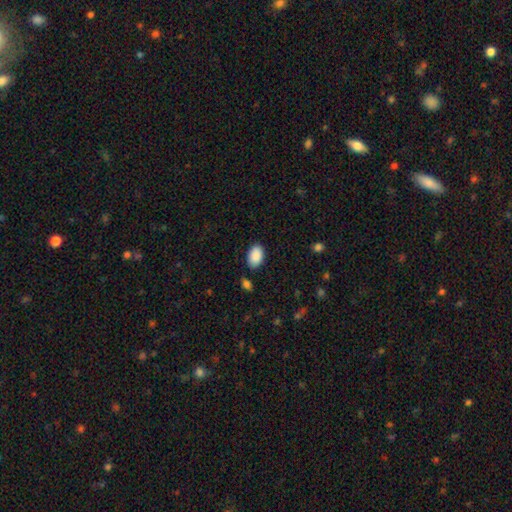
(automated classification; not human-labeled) Smooth or featured: smooth — 90% (star or artifact — 6%)
How rounded: in between — 91% (round — 8%)
Merging: none — 85% (minor disturbance — 11%)